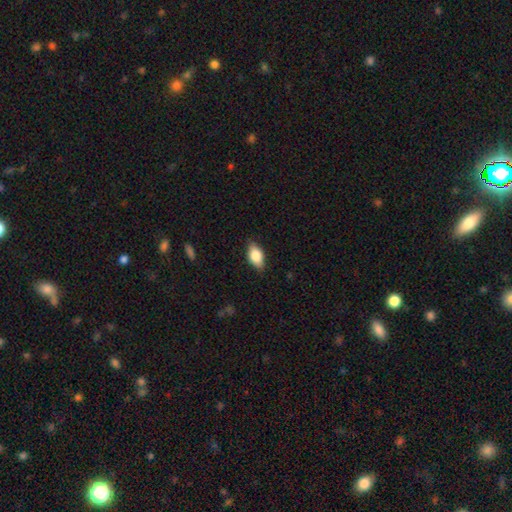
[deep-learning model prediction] Smooth or featured? Predicted: smooth (p=0.78). How rounded? Predicted: in between (p=0.89). Merging? Predicted: none (p=0.84).